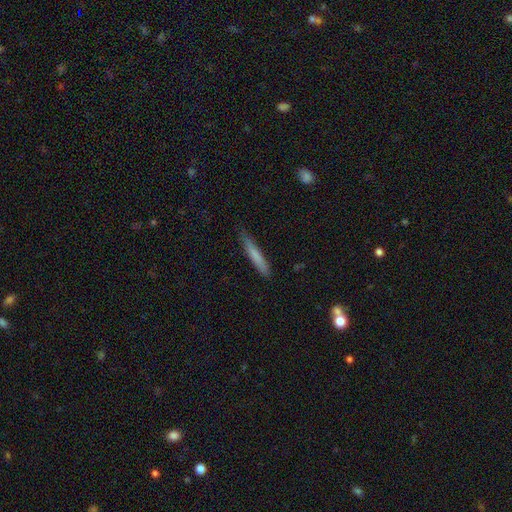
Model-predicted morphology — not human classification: Smooth or featured? smooth (76%)
How rounded? cigar-shaped (94%)
Merging? none (79%)